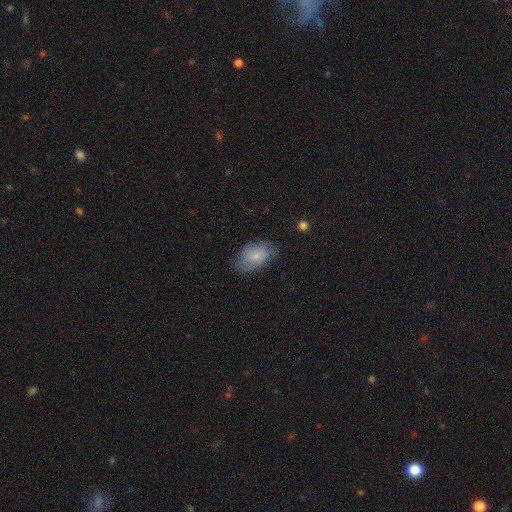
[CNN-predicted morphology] The model was most divided on "merging": none: 63%, minor disturbance: 27%, major disturbance: 9%, merger: 1%. More confident: how rounded — in between (90%); smooth or featured — smooth (69%).